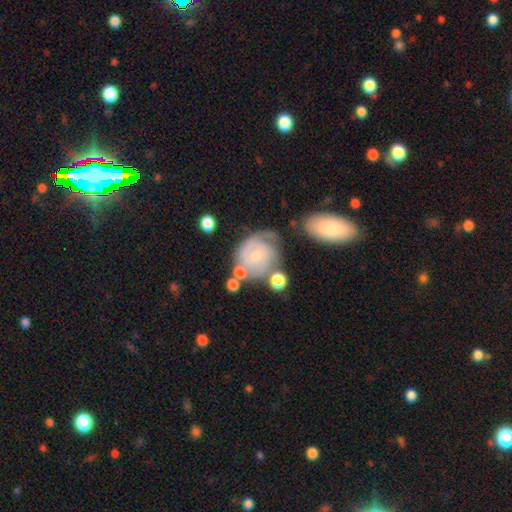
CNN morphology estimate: The model was most divided on "spiral arm count": 2: 39%, can't tell: 31%, 3: 12%, 1: 12%, 4: 3%, more than 4: 3%. Remaining: edge-on disk — no (98%); spiral arms — yes (87%); smooth or featured — featured or disk (70%); bar — no (66%); bulge size — small (63%); spiral winding — tight (61%); merging — none (49%).